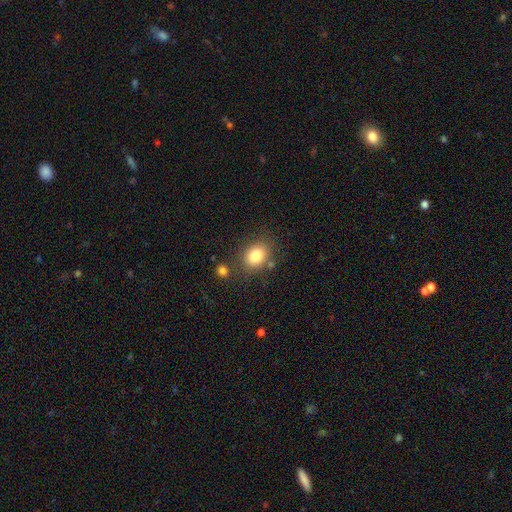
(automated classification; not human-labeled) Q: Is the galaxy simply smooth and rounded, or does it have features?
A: smooth — 82%.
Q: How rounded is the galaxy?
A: in between — 54%.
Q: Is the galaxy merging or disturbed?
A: none — 75%.